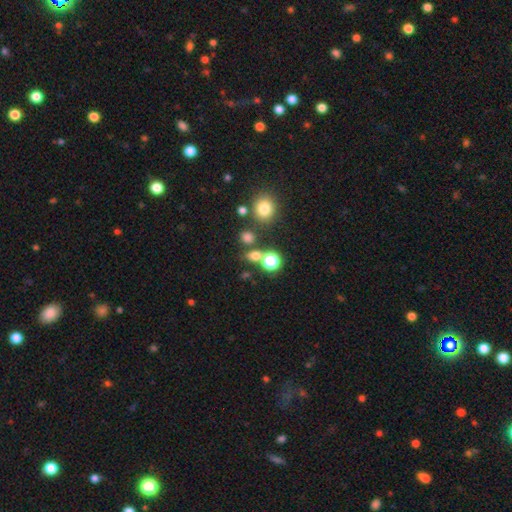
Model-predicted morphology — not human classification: The model was most divided on "how rounded": round: 67%, in between: 31%, cigar-shaped: 2%. More confident: smooth or featured — smooth (67%); merging — none (66%).